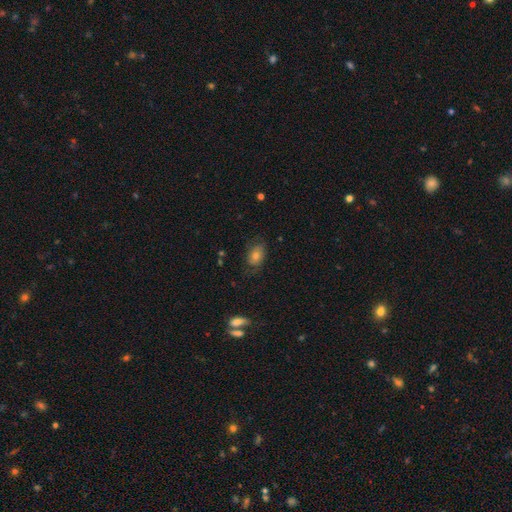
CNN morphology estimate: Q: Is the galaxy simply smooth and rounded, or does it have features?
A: smooth — 58%.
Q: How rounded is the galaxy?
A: in between — 79%.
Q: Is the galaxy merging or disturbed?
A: none — 66%.